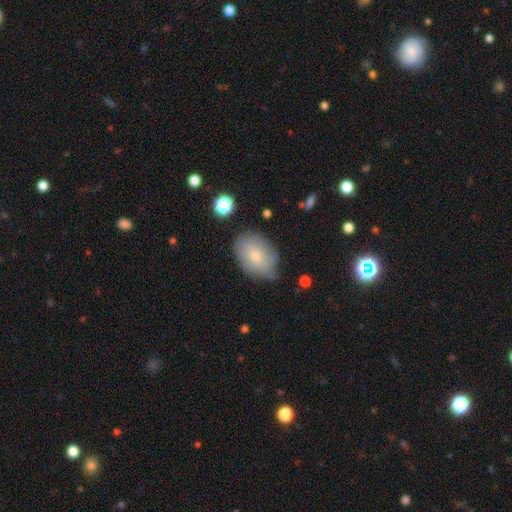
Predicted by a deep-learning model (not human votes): Smooth or featured?
  - smooth: 60% *
  - featured or disk: 31%
  - star or artifact: 9%
How rounded?
  - in between: 78% *
  - round: 21%
  - cigar-shaped: 1%
Merging?
  - none: 65% *
  - minor disturbance: 26%
  - major disturbance: 7%
  - merger: 2%